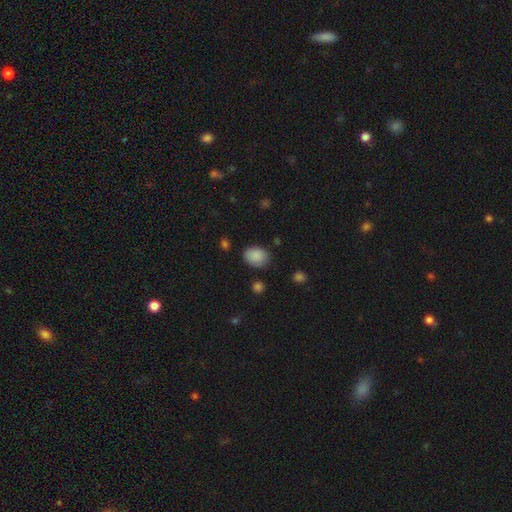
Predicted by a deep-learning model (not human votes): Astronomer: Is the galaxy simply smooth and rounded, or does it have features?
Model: smooth — 87%.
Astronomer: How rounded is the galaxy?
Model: in between — 63%.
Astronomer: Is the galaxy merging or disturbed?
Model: none — 75%.